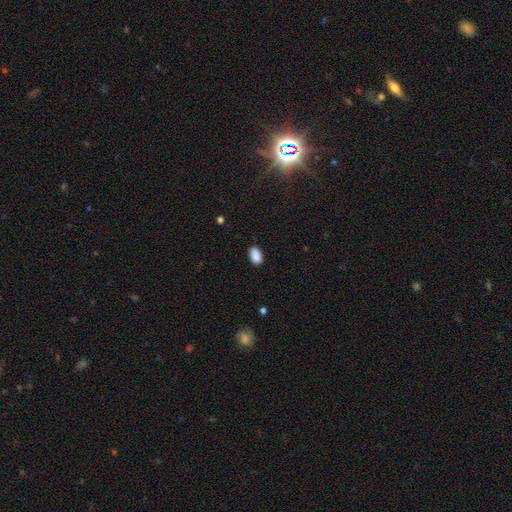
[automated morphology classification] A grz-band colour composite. It shows a smooth galaxy with no disk features (89%) that is in between round and cigar-shaped (92%). Merging: none (82%).